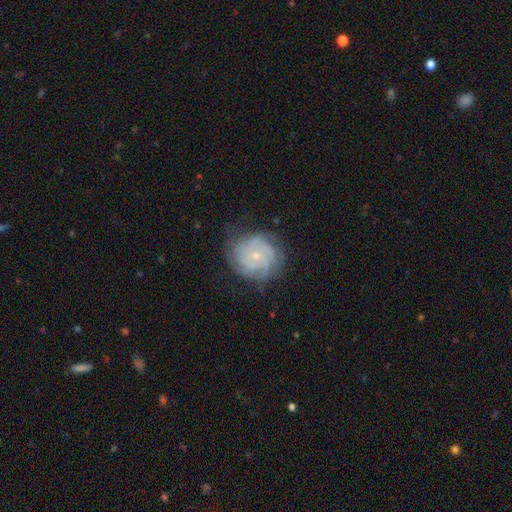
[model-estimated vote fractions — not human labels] This appears to be a featured or disk galaxy (71%) with no bar (81%), tight (69%) spiral arms (88%) and a small central bulge (73%). Merging: none (71%).